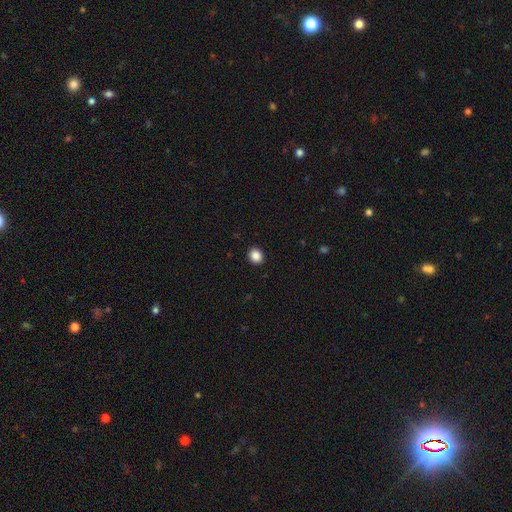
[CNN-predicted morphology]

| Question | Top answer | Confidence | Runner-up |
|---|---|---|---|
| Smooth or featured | smooth | 88% | star or artifact (9%) |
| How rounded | round | 70% | in between (30%) |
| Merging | none | 92% | minor disturbance (5%) |